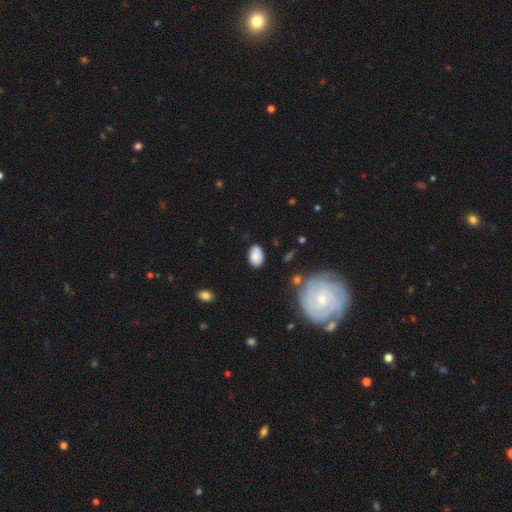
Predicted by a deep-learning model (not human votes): The model was most divided on "merging": none: 79%, minor disturbance: 16%, major disturbance: 3%, merger: 2%. More confident: how rounded — in between (90%); smooth or featured — smooth (84%).